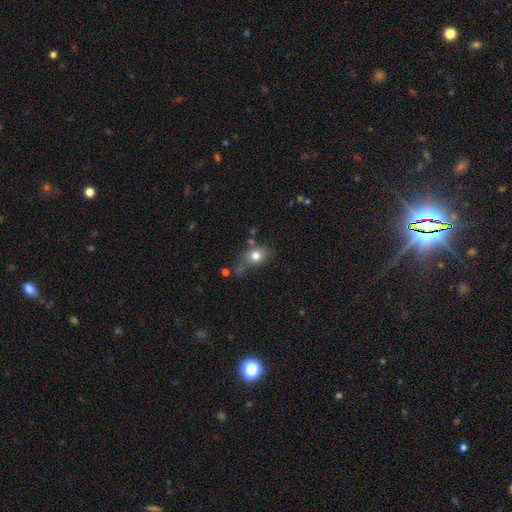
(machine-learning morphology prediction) Smooth or featured: smooth — 78% (featured or disk — 12%)
How rounded: round — 50% (in between — 48%)
Merging: none — 47% (minor disturbance — 26%)